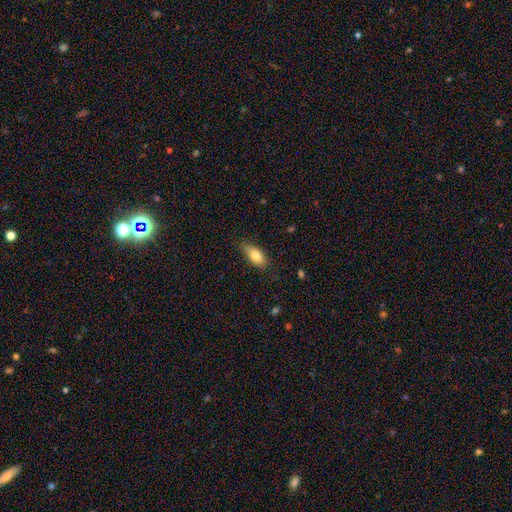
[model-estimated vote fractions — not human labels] Smooth or featured?
  - smooth: 78% *
  - featured or disk: 15%
  - star or artifact: 7%
How rounded?
  - in between: 84% *
  - cigar-shaped: 12%
  - round: 4%
Merging?
  - none: 78% *
  - minor disturbance: 18%
  - major disturbance: 3%
  - merger: 1%